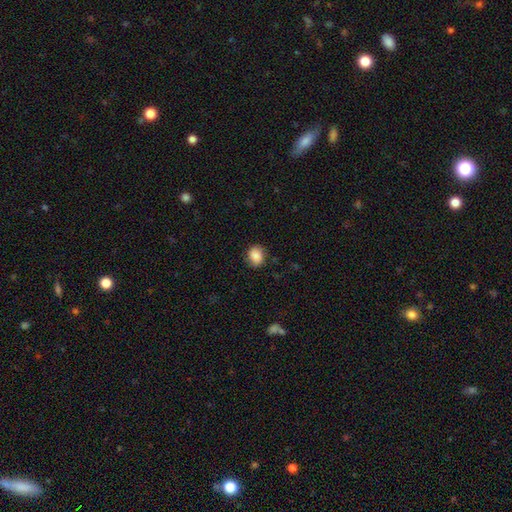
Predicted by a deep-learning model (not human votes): Q: Smooth or featured?
A: smooth (85%); runner-up: star or artifact (8%)
Q: How rounded?
A: round (62%); runner-up: in between (37%)
Q: Merging?
A: none (83%); runner-up: minor disturbance (13%)